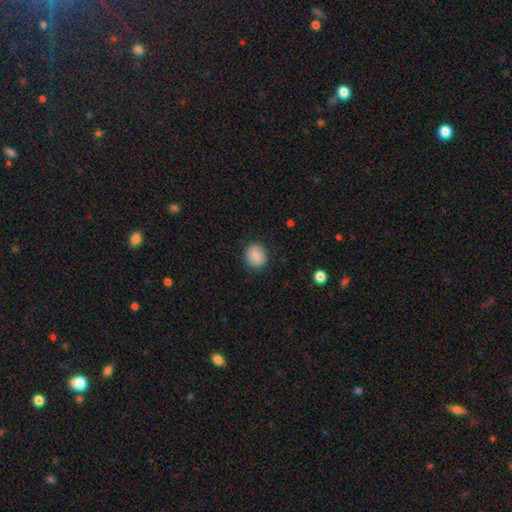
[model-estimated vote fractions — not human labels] Smooth or featured?
  - smooth: 86% *
  - star or artifact: 8%
  - featured or disk: 6%
How rounded?
  - round: 79% *
  - in between: 20%
  - cigar-shaped: 1%
Merging?
  - none: 86% *
  - minor disturbance: 10%
  - major disturbance: 3%
  - merger: 1%